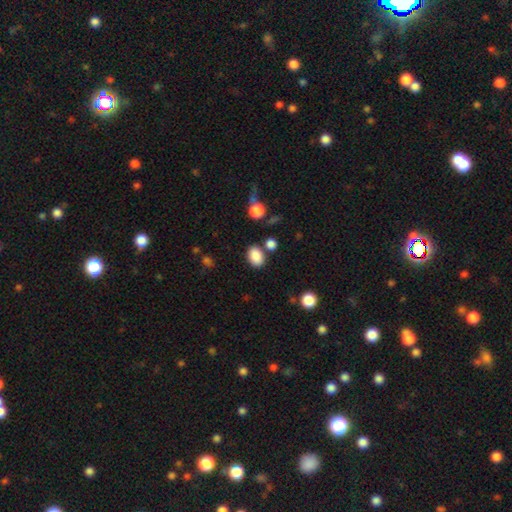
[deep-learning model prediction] Morphology: type=smooth (87%); roundness=in between (76%); merging=none (76%).